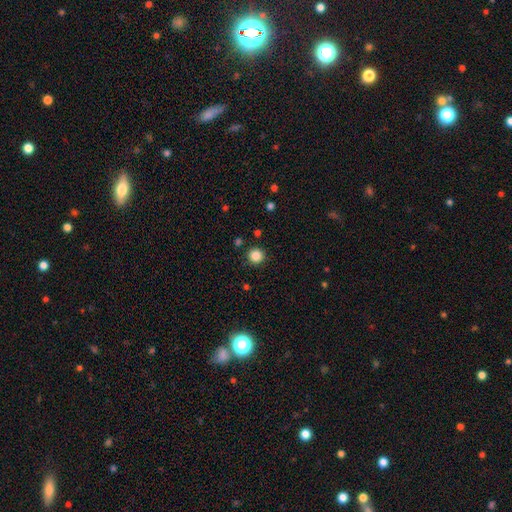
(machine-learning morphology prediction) smooth_or_featured: smooth (p=0.85) [alt: star or artifact p=0.11]
how_rounded: round (p=0.95) [alt: in between p=0.04]
merging: none (p=0.91) [alt: minor disturbance p=0.06]